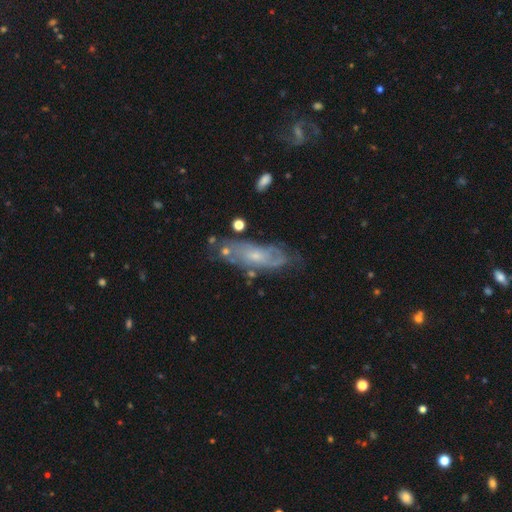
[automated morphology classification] Smooth or featured? featured or disk (65%)
Edge-on disk? no (81%)
Bar? no (75%)
Spiral arms? yes (71%)
Bulge size? small (66%)
Merging? none (61%)